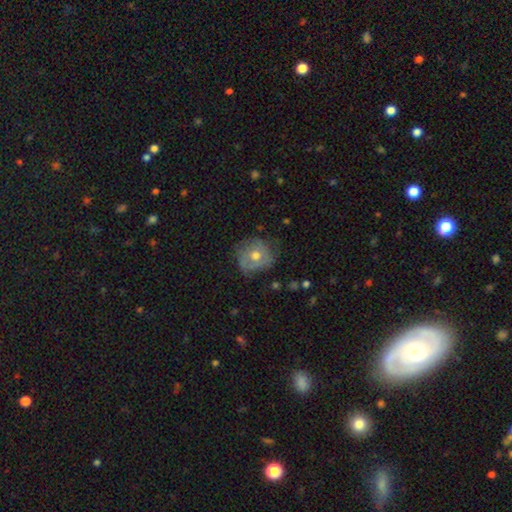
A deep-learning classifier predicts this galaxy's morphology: smooth_or_featured: smooth (p=0.50) [alt: featured or disk p=0.42]
merging: none (p=0.63) [alt: minor disturbance p=0.26]